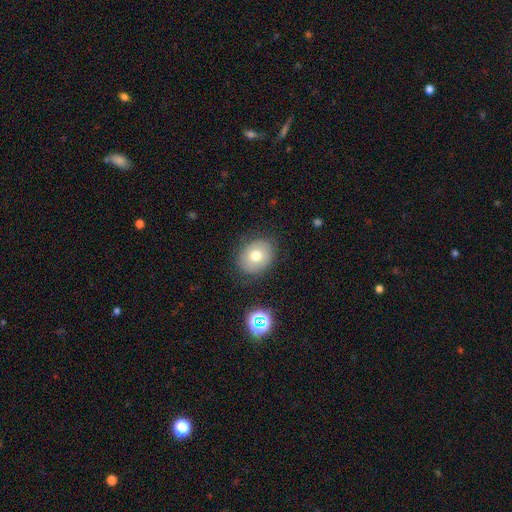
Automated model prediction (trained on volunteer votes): smooth-or-featured: smooth: 69% | featured or disk: 20% | star or artifact: 11%
  how-rounded: round: 57% | in between: 42% | cigar-shaped: 1%
  merging: none: 82% | minor disturbance: 12% | major disturbance: 4% | merger: 2%